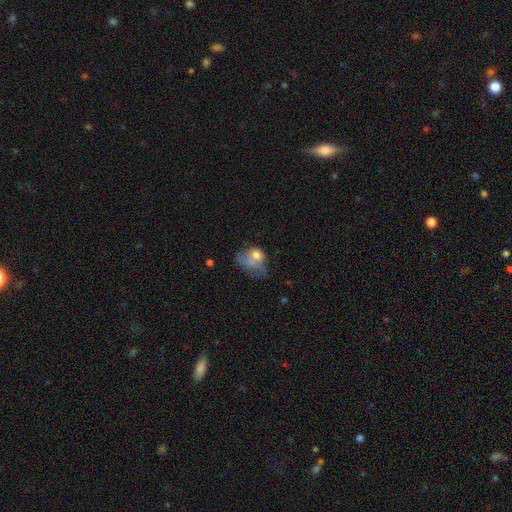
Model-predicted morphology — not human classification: smooth-or-featured: smooth: 60% | featured or disk: 29% | star or artifact: 11%
  how-rounded: in between: 64% | round: 35% | cigar-shaped: 1%
  merging: major disturbance: 33% | merger: 30% | minor disturbance: 19% | none: 19%